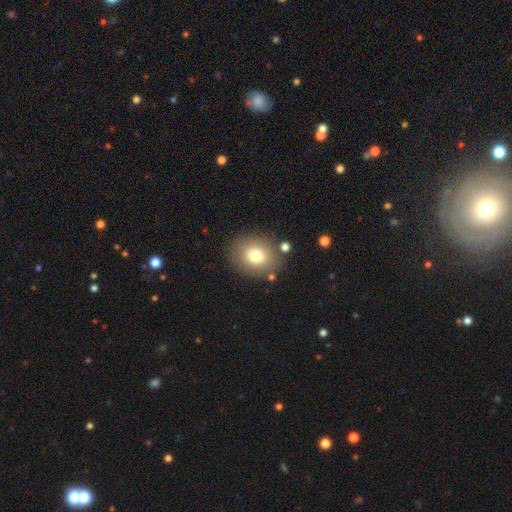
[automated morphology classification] Smooth or featured? Predicted: smooth (p=0.77). How rounded? Predicted: round (p=0.62). Merging? Predicted: none (p=0.82).